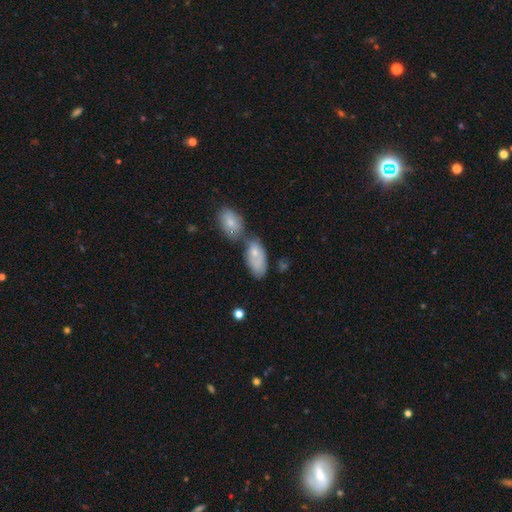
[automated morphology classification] Smooth or featured? Predicted: smooth (p=0.68). How rounded? Predicted: in between (p=0.91). Merging? Predicted: merger (p=0.46).